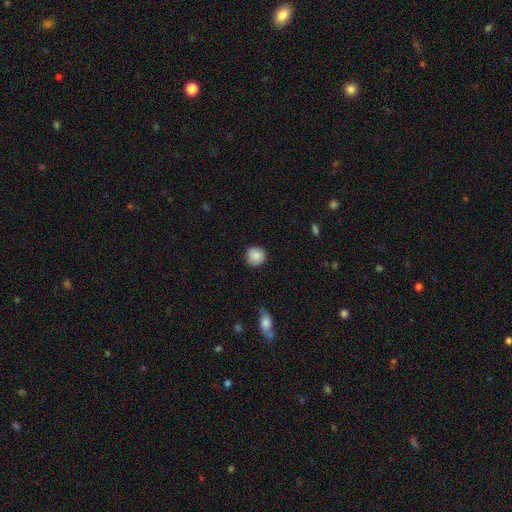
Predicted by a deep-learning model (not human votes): smooth_or_featured: smooth (p=0.86) [alt: star or artifact p=0.08]
how_rounded: round (p=0.92) [alt: in between p=0.07]
merging: none (p=0.87) [alt: minor disturbance p=0.09]